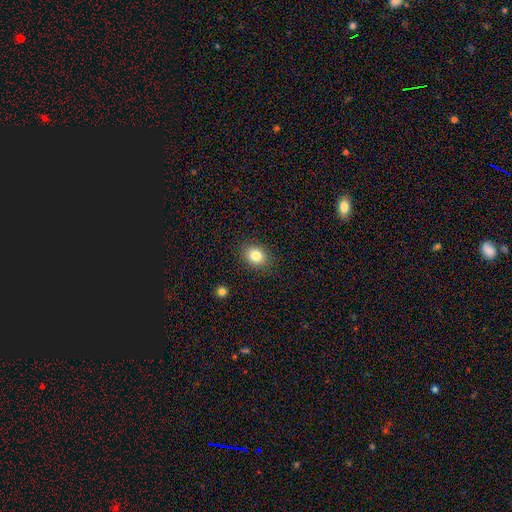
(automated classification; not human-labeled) smooth_or_featured: smooth (p=0.83) [alt: star or artifact p=0.10]
how_rounded: in between (p=0.53) [alt: round p=0.46]
merging: none (p=0.87) [alt: minor disturbance p=0.09]